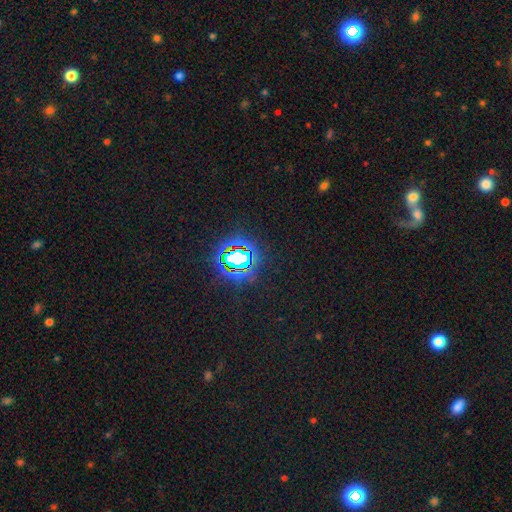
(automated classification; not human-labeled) Smooth or featured: star or artifact — 80% (smooth — 12%)